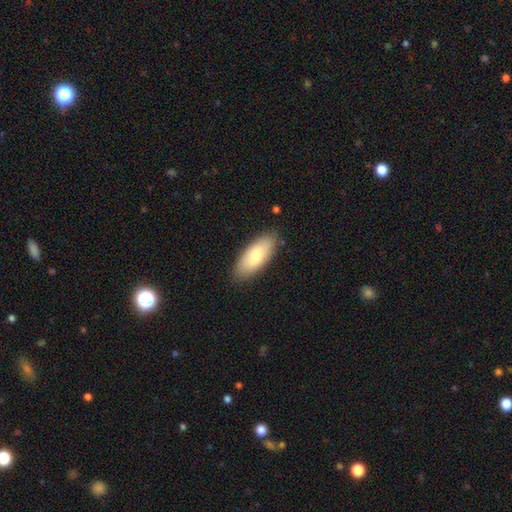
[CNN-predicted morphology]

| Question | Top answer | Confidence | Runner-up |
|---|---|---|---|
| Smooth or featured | smooth | 73% | featured or disk (21%) |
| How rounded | in between | 84% | cigar-shaped (14%) |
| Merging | none | 85% | minor disturbance (11%) |